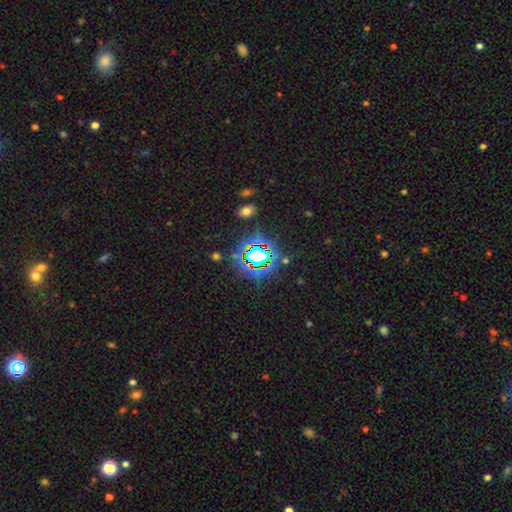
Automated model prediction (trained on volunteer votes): smooth-or-featured: star or artifact: 72% | smooth: 17% | featured or disk: 12%